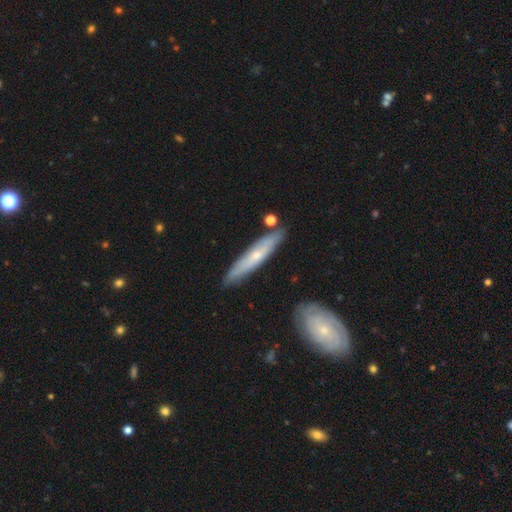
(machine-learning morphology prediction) Smooth or featured: featured or disk — 49% (smooth — 45%)
Merging: none — 84% (minor disturbance — 11%)